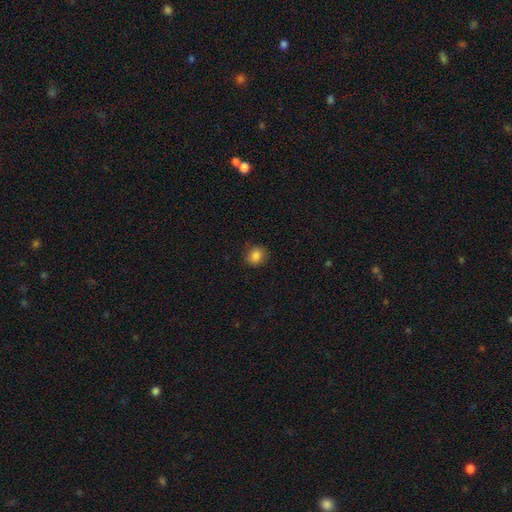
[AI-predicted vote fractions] smooth-or-featured: smooth: 84% | star or artifact: 11% | featured or disk: 5%
  how-rounded: round: 73% | in between: 26% | cigar-shaped: 1%
  merging: none: 84% | minor disturbance: 12% | major disturbance: 3% | merger: 1%